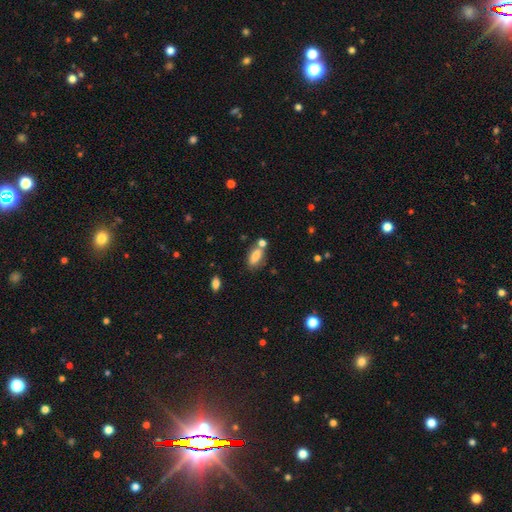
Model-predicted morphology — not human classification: The model was most divided on "merging": none: 57%, merger: 23%, minor disturbance: 15%, major disturbance: 5%. More confident: how rounded — in between (84%); smooth or featured — smooth (81%).